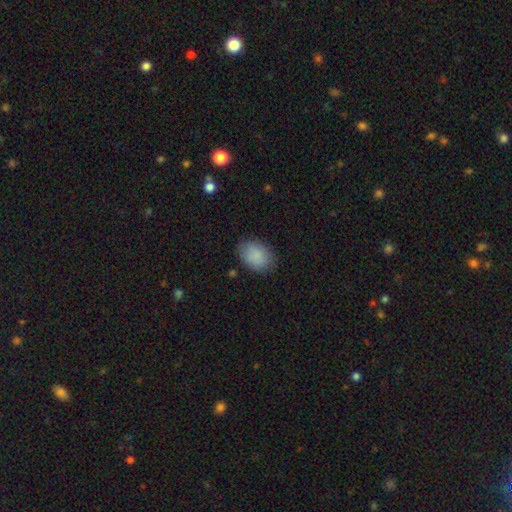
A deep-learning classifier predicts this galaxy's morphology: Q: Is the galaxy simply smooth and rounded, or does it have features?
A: smooth — 88%.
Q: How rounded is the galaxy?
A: in between — 79%.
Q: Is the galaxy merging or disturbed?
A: none — 83%.